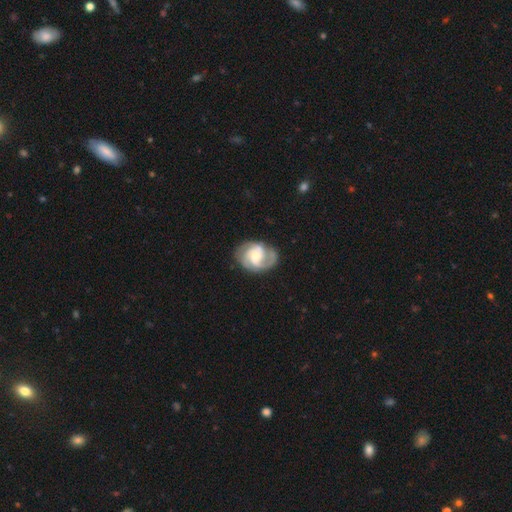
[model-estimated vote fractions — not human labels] A featured or disk galaxy (83%) with no bar (54%), 2 (54%) medium (47%) spiral arms (96%) and a moderate central bulge (49%). Merging: none (71%).